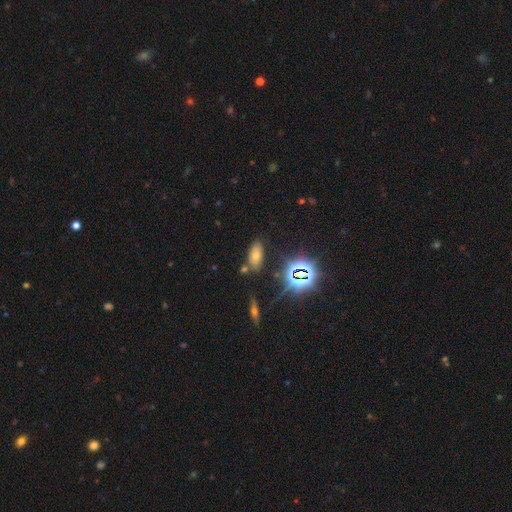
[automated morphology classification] This appears to be a smooth galaxy with no disk features (56%) that is in between round and cigar-shaped (87%). Merging: none (76%).